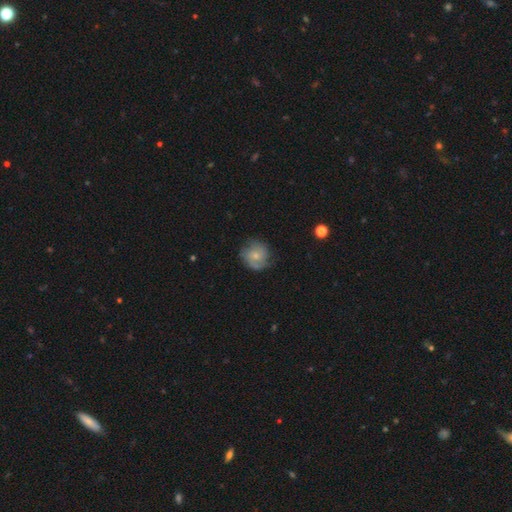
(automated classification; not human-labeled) The model was most divided on "smooth or featured": featured or disk: 52%, smooth: 40%, star or artifact: 8%. More confident: edge-on disk — no (97%); spiral arms — yes (85%); bar — no (73%); merging — none (71%); bulge size — small (63%).